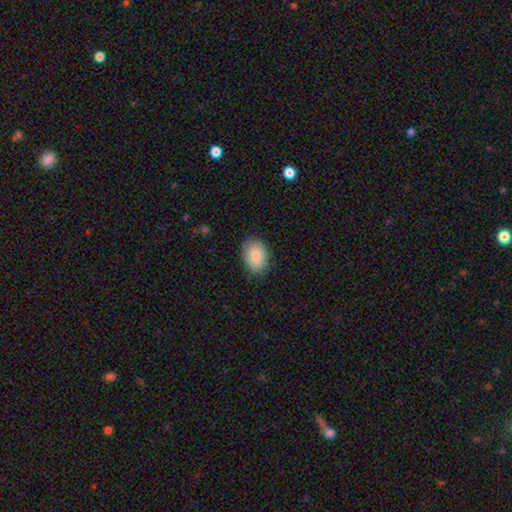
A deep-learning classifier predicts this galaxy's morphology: Overall: smooth (81%). How rounded: in between (81%). Merging: none (83%).